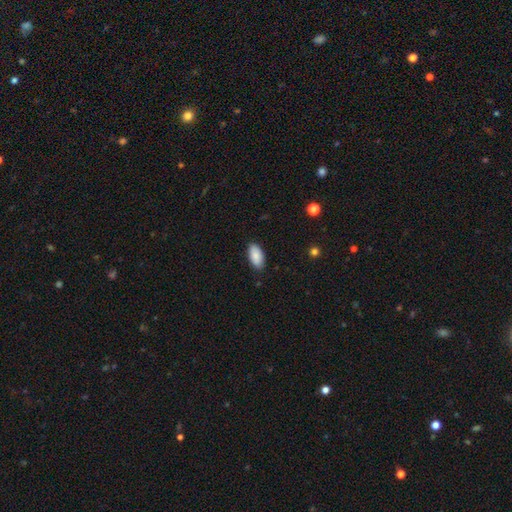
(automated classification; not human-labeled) This appears to be a smooth galaxy with no disk features (88%) that is in between round and cigar-shaped (95%). Merging: none (85%).